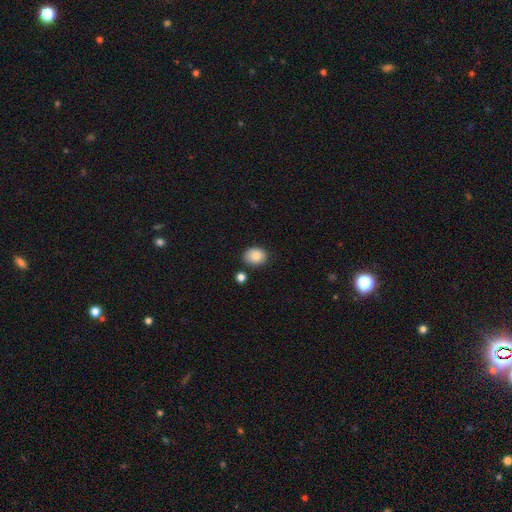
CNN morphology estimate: Smooth or featured? smooth (85%)
How rounded? in between (60%)
Merging? none (79%)